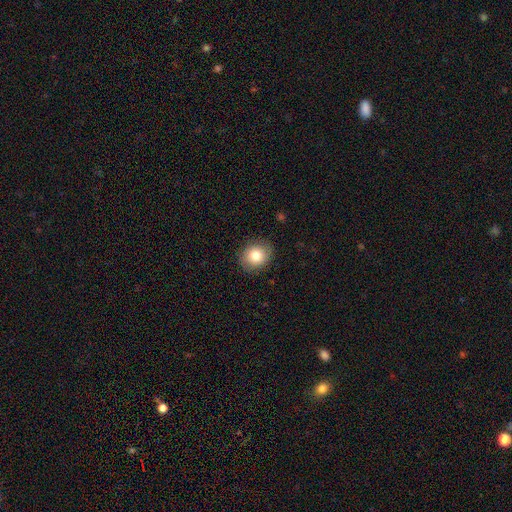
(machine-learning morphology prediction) A smooth galaxy with no disk features (81%) that is round (66%). Merging: none (87%).